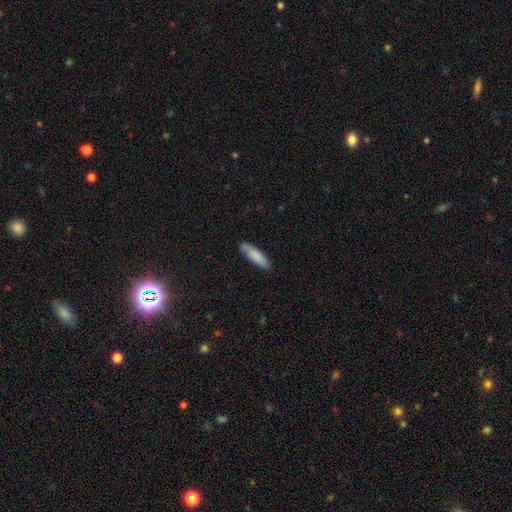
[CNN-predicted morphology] smooth 82%, featured or disk 12%, star or artifact 6%. Down the decision tree: how rounded — cigar-shaped (63%); merging — none (79%).